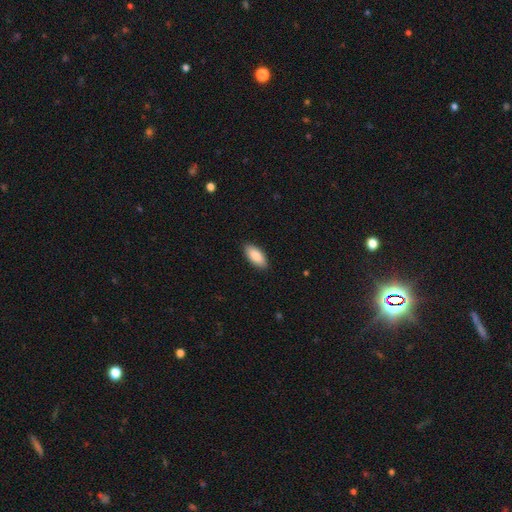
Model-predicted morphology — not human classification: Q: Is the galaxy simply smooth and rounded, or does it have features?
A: smooth — 88%.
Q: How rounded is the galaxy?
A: in between — 85%.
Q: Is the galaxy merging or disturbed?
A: none — 89%.